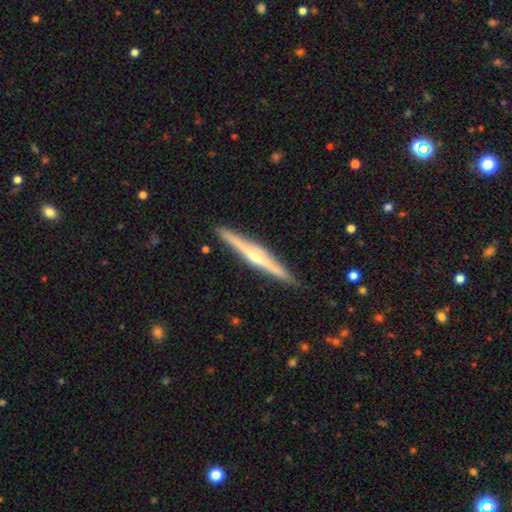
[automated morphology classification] Smooth or featured? featured or disk (78%)
Edge-on disk? yes (98%)
Edge-on bulge? rounded (83%)
Merging? none (91%)